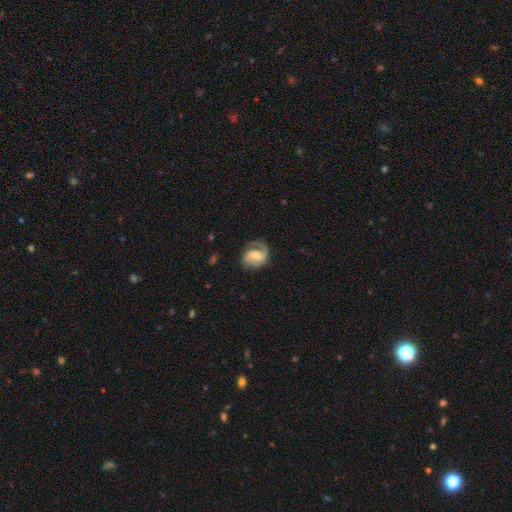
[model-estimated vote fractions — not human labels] The model was most divided on "bar": weak: 47%, no: 36%, strong: 17%. Remaining: edge-on disk — no (98%); spiral arms — yes (95%); smooth or featured — featured or disk (79%); merging — none (69%); spiral arm count — 2 (67%); bulge size — moderate (52%); spiral winding — medium (48%).